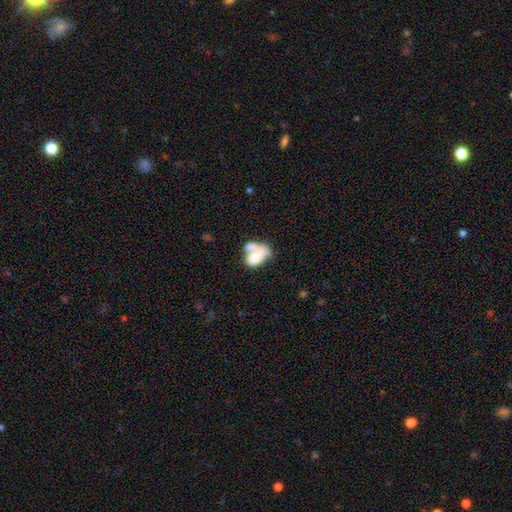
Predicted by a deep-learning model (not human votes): smooth 60%, featured or disk 31%, star or artifact 9%. Down the decision tree: how rounded — in between (84%); merging — merger (61%).